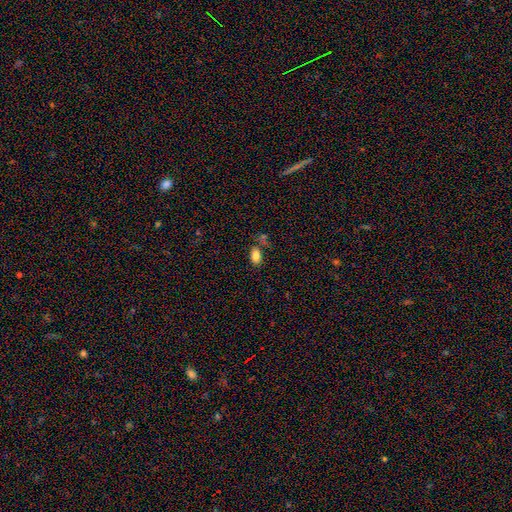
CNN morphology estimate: smooth 84%, star or artifact 9%, featured or disk 7%. Down the decision tree: how rounded — in between (88%); merging — none (68%).